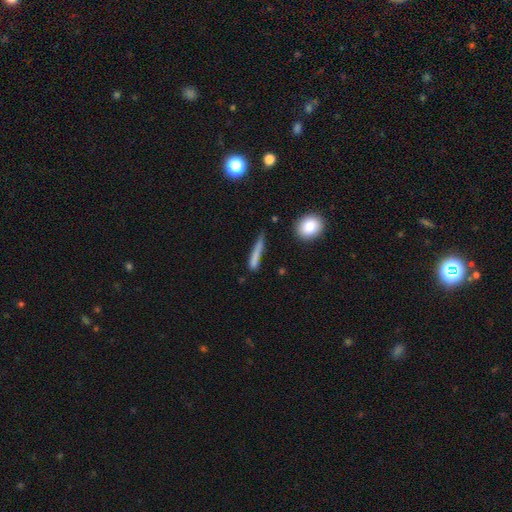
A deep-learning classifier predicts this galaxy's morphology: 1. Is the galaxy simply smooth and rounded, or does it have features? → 73% smooth, 18% featured or disk, 9% star or artifact.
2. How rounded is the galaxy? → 91% cigar-shaped, 6% in between, 3% round.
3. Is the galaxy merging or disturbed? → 65% none, 24% minor disturbance, 7% major disturbance, 4% merger.